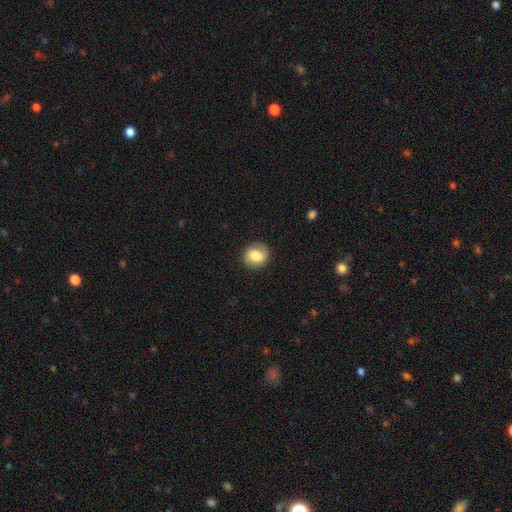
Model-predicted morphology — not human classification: A smooth galaxy with no disk features (69%) that is round (74%).

Vote fractions:
- Smooth or featured? smooth: 69% / featured or disk: 22% / star or artifact: 8%
- How rounded? round: 74% / in between: 25% / cigar-shaped: 1%
- Merging? none: 85% / minor disturbance: 10% / major disturbance: 3% / merger: 1%